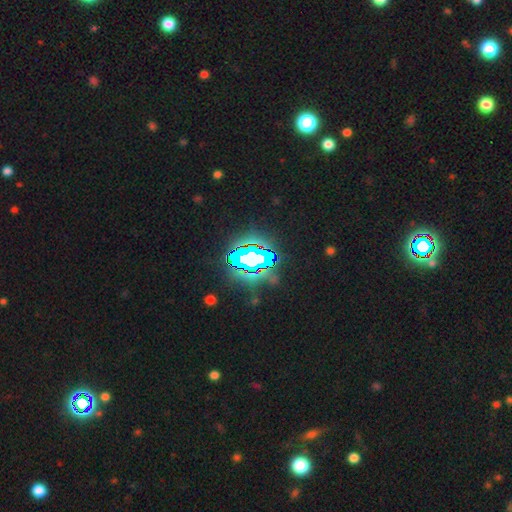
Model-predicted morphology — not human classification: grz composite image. It shows a star or artifact, not a galaxy (80%).